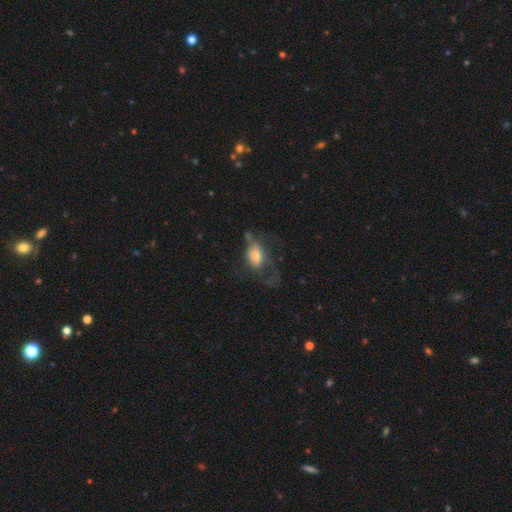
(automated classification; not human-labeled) A smooth galaxy with no disk features (56%) that is in between round and cigar-shaped (83%).

Vote fractions:
- Smooth or featured? smooth: 56% / featured or disk: 34% / star or artifact: 10%
- How rounded? in between: 83% / round: 13% / cigar-shaped: 4%
- Merging? major disturbance: 51% / none: 25% / minor disturbance: 19% / merger: 5%